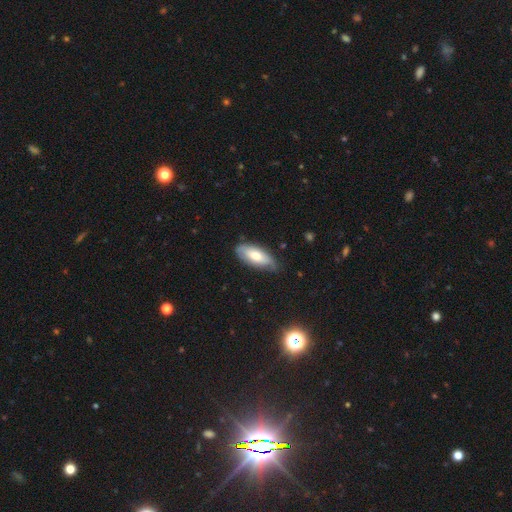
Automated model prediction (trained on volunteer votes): smooth-or-featured: smooth: 64% | featured or disk: 30% | star or artifact: 6%
  how-rounded: in between: 85% | cigar-shaped: 13% | round: 2%
  merging: none: 72% | minor disturbance: 23% | major disturbance: 4% | merger: 1%